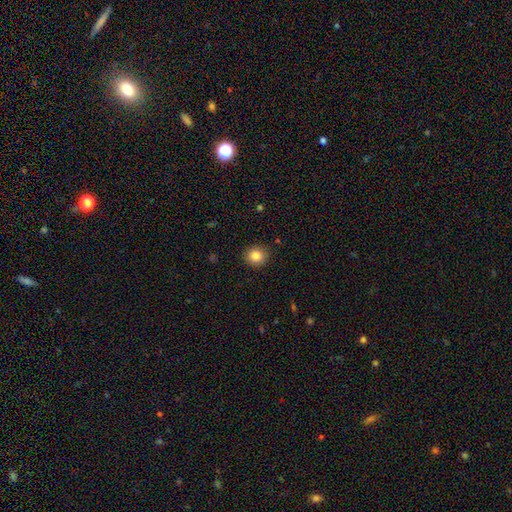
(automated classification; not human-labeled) Morphology: type=smooth (84%); roundness=round (85%); merging=none (90%).